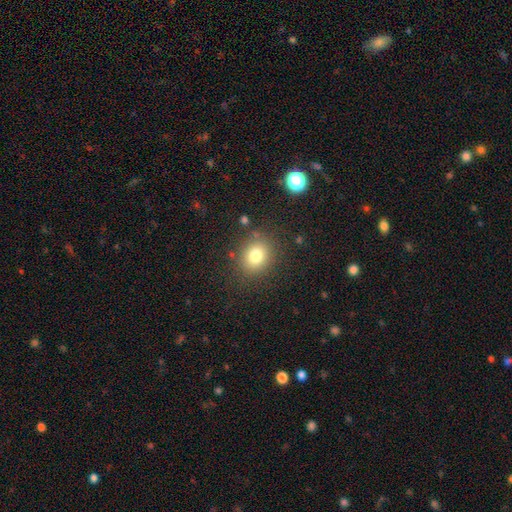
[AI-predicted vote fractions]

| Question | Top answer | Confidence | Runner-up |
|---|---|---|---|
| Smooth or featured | smooth | 78% | star or artifact (12%) |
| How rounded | round | 66% | in between (33%) |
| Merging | none | 83% | minor disturbance (10%) |